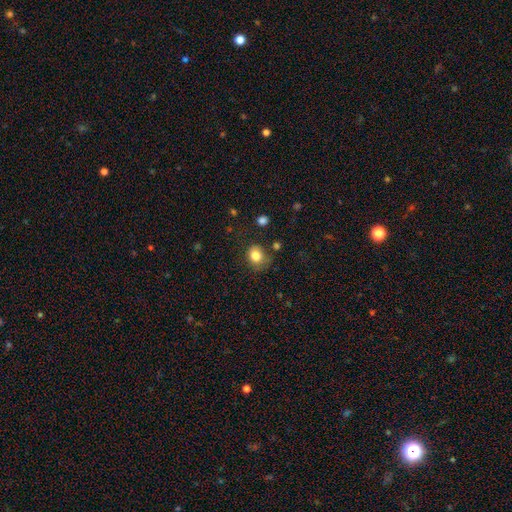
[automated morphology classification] smooth_or_featured: smooth (p=0.82) [alt: star or artifact p=0.11]
how_rounded: round (p=0.68) [alt: in between p=0.31]
merging: none (p=0.67) [alt: minor disturbance p=0.23]